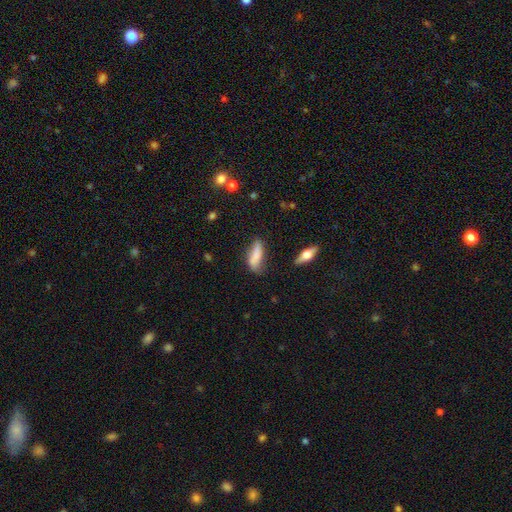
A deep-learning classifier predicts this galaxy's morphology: smooth 74%, featured or disk 19%, star or artifact 7%. Down the decision tree: how rounded — in between (53%); merging — none (59%).